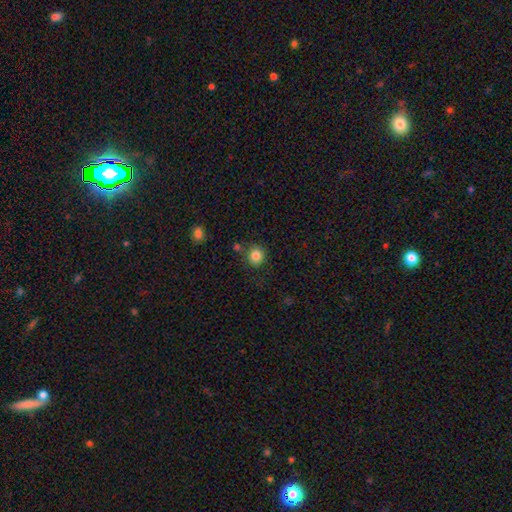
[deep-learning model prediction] Overall: smooth (84%). How rounded: round (86%). Merging: none (80%).